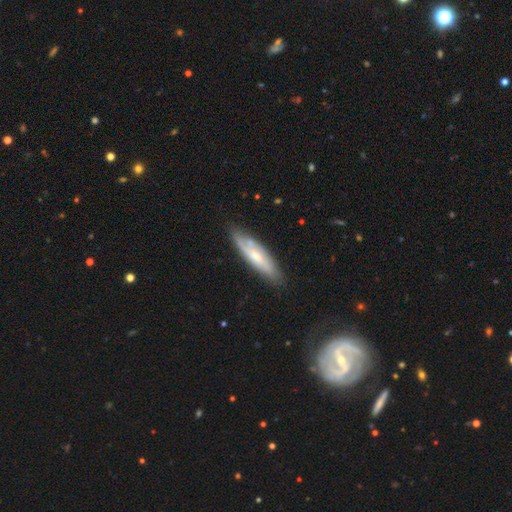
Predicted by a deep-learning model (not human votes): smooth-or-featured: featured or disk: 50% | smooth: 44% | star or artifact: 6%
  merging: none: 75% | minor disturbance: 19% | major disturbance: 4% | merger: 2%